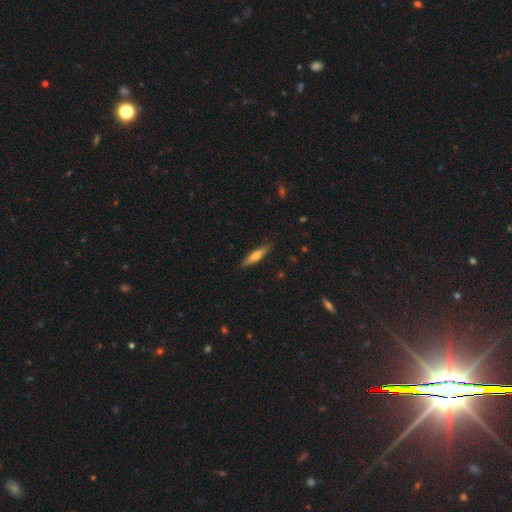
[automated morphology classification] The model was most divided on "smooth or featured": smooth: 53%, featured or disk: 41%, star or artifact: 6%. More confident: merging — none (88%); how rounded — cigar-shaped (82%).